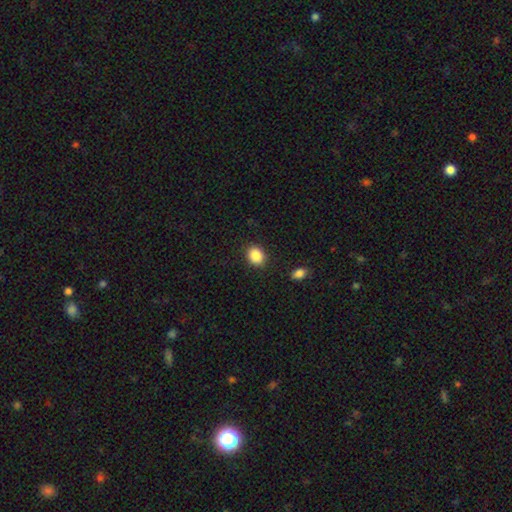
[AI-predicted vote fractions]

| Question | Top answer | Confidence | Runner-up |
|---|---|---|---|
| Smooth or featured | smooth | 87% | star or artifact (9%) |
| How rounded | round | 50% | in between (49%) |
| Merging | none | 88% | minor disturbance (8%) |